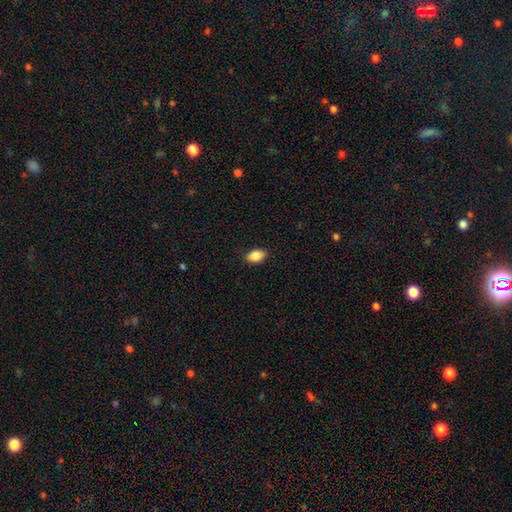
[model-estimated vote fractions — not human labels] Morphology: type=smooth (86%); roundness=in between (86%); merging=none (87%).